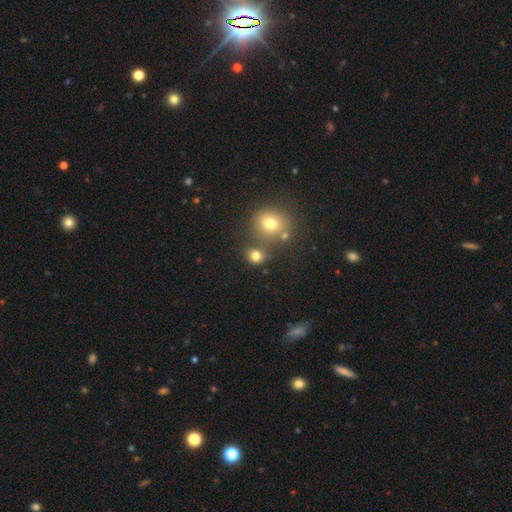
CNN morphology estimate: The model was most divided on "merging": none: 62%, merger: 22%, minor disturbance: 11%, major disturbance: 5%. More confident: smooth or featured — smooth (76%); how rounded — round (70%).